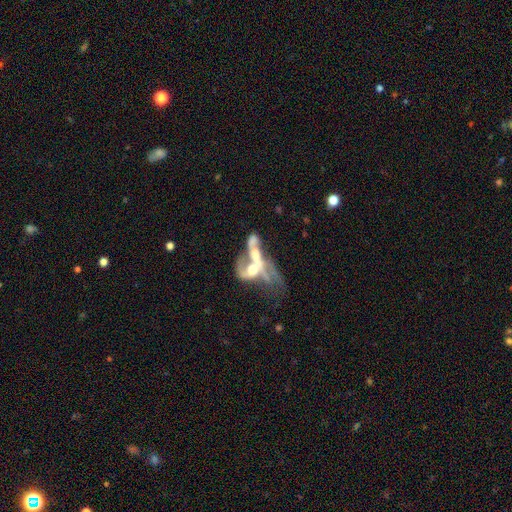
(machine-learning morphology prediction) The model was most divided on "spiral arms": yes: 53%, no: 47%. More confident: edge-on disk — no (93%); bar — no (70%); smooth or featured — featured or disk (69%); merging — merger (67%); bulge size — moderate (54%).